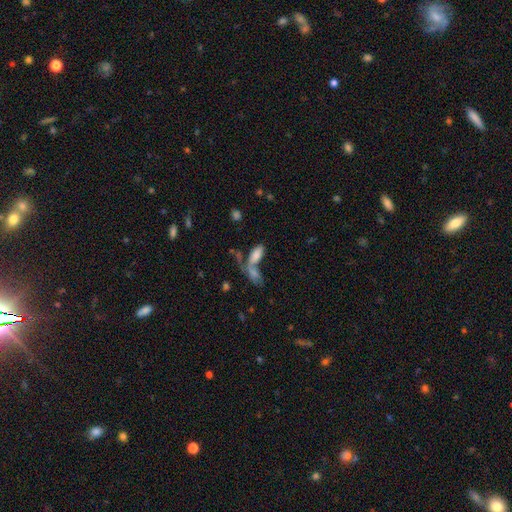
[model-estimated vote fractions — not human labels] A smooth galaxy with no disk features (76%) that is in between round and cigar-shaped (79%).

Vote fractions:
- Smooth or featured? smooth: 76% / featured or disk: 15% / star or artifact: 10%
- How rounded? in between: 79% / cigar-shaped: 18% / round: 3%
- Merging? merger: 56% / none: 30% / minor disturbance: 9% / major disturbance: 6%